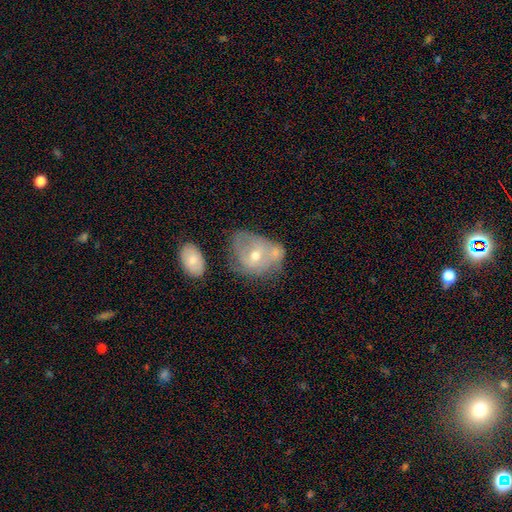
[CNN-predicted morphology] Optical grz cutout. It shows a featured or disk galaxy (54%) with no bar (73%), no spiral arms (54%) and a moderate central bulge (55%). Merging: merger (31%).